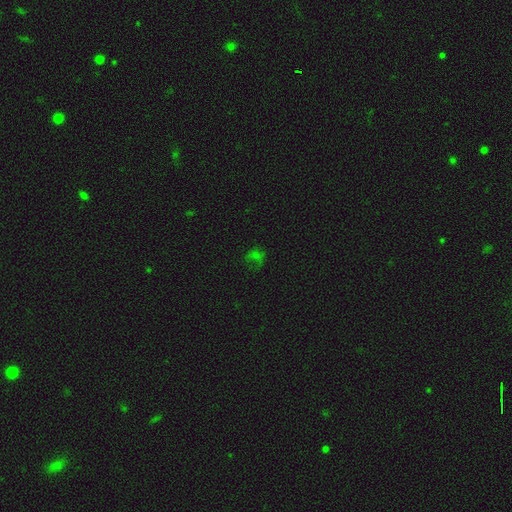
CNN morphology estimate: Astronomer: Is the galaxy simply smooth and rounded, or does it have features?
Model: star or artifact — 43% (runner-up: smooth, 40%).